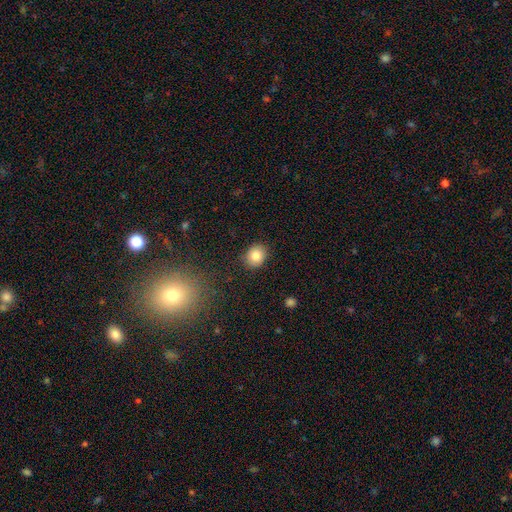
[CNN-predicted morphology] This appears to be a smooth galaxy with no disk features (83%) that is round (62%). Merging: none (87%).